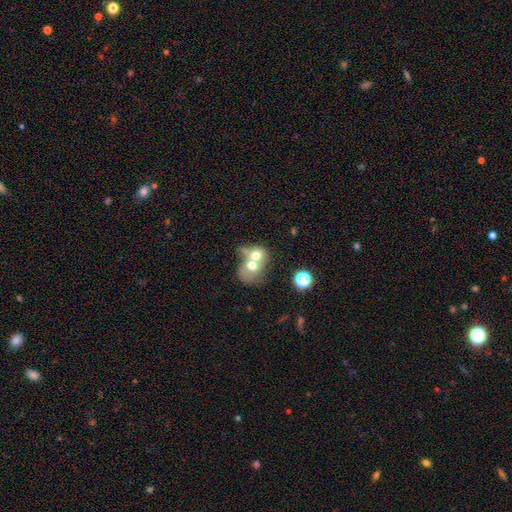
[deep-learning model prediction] The model was most divided on "how rounded": round: 57%, in between: 42%, cigar-shaped: 1%. More confident: merging — merger (74%); smooth or featured — smooth (60%).